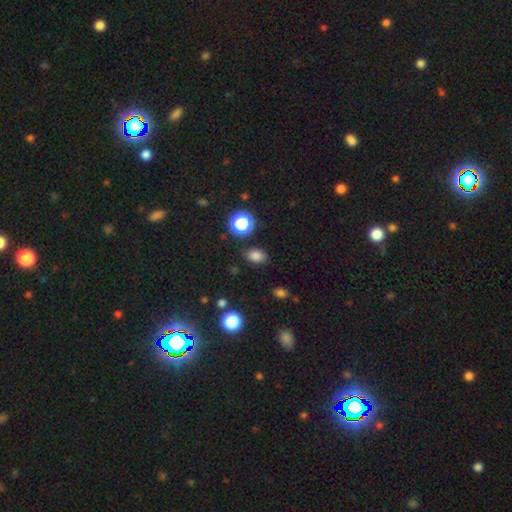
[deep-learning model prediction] smooth 81%, star or artifact 14%, featured or disk 5%. Down the decision tree: how rounded — in between (74%); merging — none (84%).